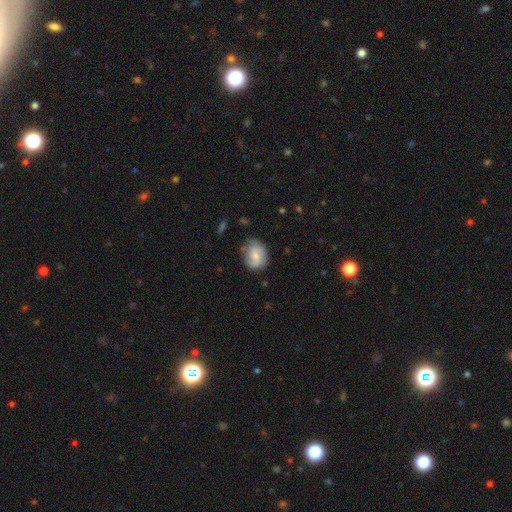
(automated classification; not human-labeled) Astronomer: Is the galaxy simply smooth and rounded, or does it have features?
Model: smooth — 48% (runner-up: featured or disk, 45%).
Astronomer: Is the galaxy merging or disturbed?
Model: none — 67%.